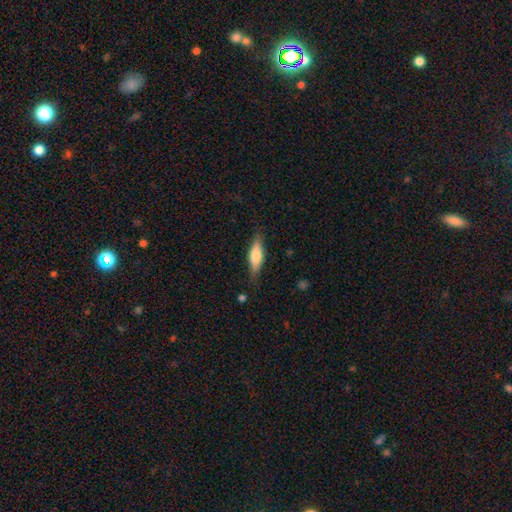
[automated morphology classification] The model was most divided on "how rounded" (2-way tie): cigar-shaped: 49%, in between: 49%, round: 2%. More confident: merging — none (81%); smooth or featured — smooth (65%).